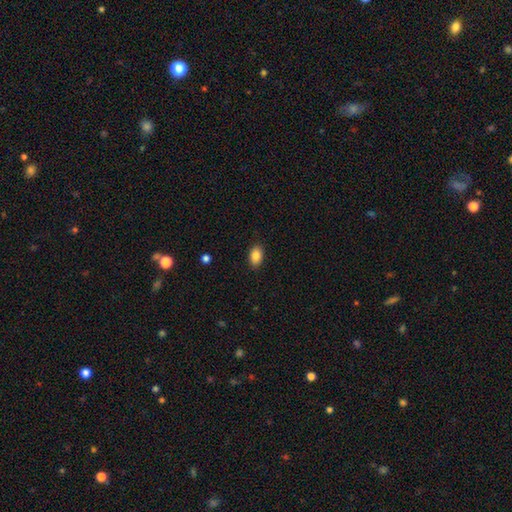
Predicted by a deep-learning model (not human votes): smooth_or_featured: smooth (p=0.86) [alt: star or artifact p=0.08]
how_rounded: in between (p=0.88) [alt: round p=0.10]
merging: none (p=0.88) [alt: minor disturbance p=0.09]